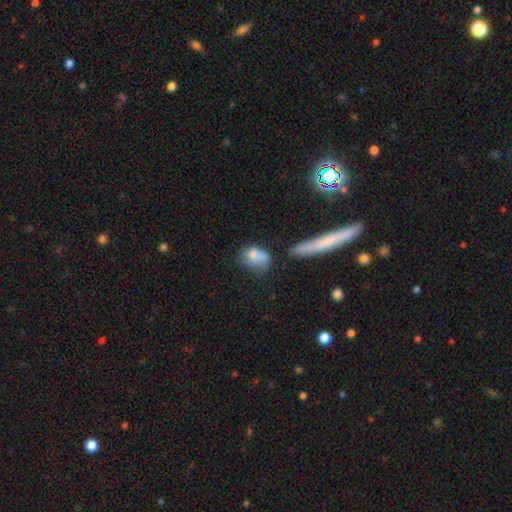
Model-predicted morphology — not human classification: This appears to be a smooth galaxy with no disk features (78%) that is in between round and cigar-shaped (77%). Merging: none (40%).